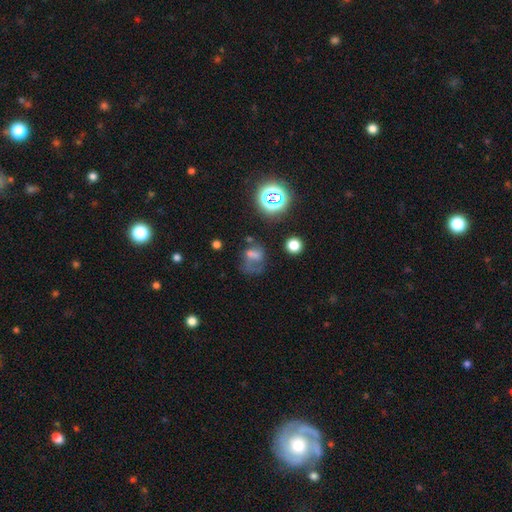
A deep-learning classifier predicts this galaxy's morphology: smooth_or_featured: smooth (p=0.40) [alt: featured or disk p=0.31]
merging: none (p=0.40) [alt: major disturbance p=0.31]